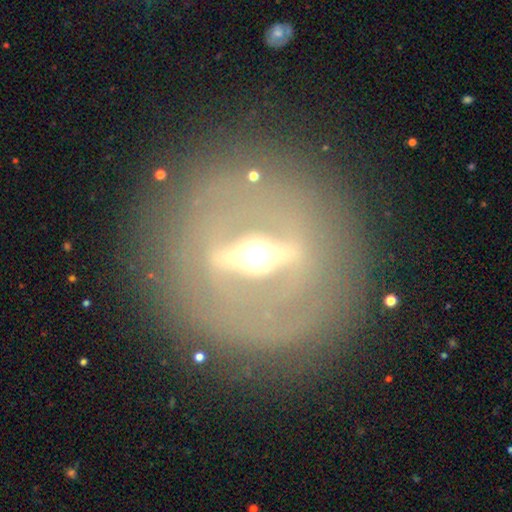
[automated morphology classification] The model was most divided on "edge-on disk" (2-way tie): yes: 50%, no: 50%. More confident: merging — none (85%); smooth or featured — featured or disk (84%).